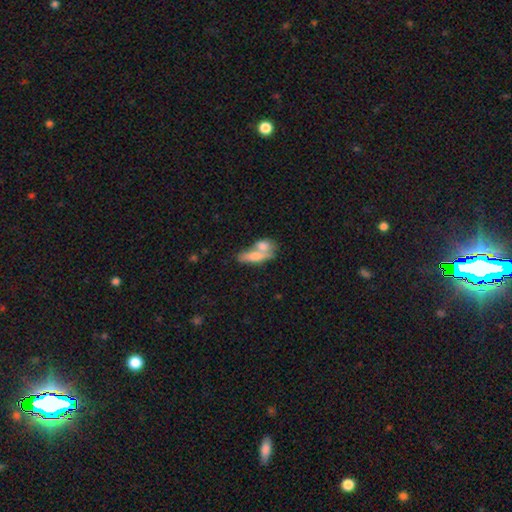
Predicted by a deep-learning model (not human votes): Overall: smooth (69%). How rounded: in between (59%; cigar-shaped 34%). Merging: merger (55%; none 30%).